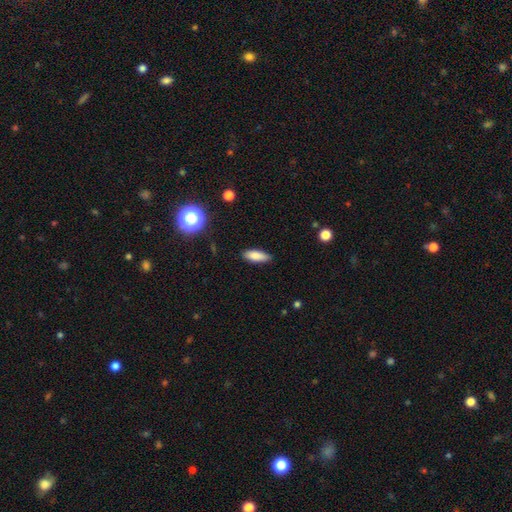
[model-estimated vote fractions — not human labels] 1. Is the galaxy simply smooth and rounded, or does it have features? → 82% smooth, 10% featured or disk, 8% star or artifact.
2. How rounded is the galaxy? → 65% in between, 33% cigar-shaped, 3% round.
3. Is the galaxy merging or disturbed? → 86% none, 11% minor disturbance, 2% major disturbance, 1% merger.